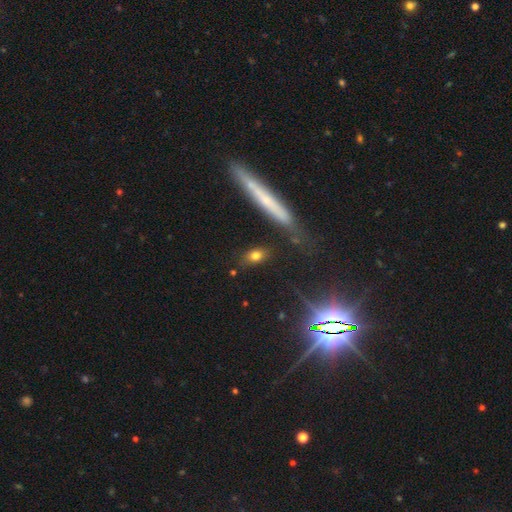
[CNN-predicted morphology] Overall: smooth (76%). How rounded: in between (71%). Merging: none (80%).